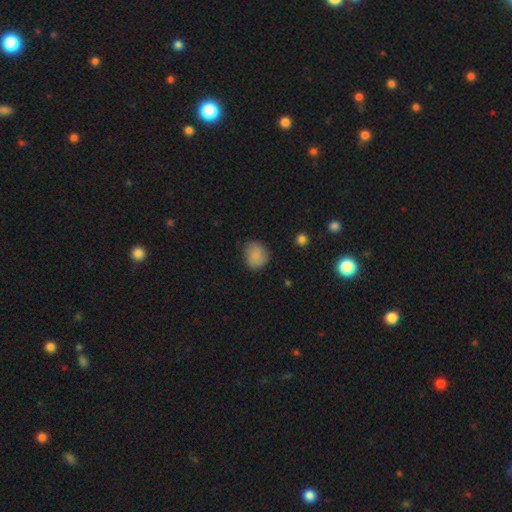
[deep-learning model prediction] The model was most divided on "how rounded": round: 70%, in between: 29%, cigar-shaped: 1%. More confident: smooth or featured — smooth (85%); merging — none (76%).